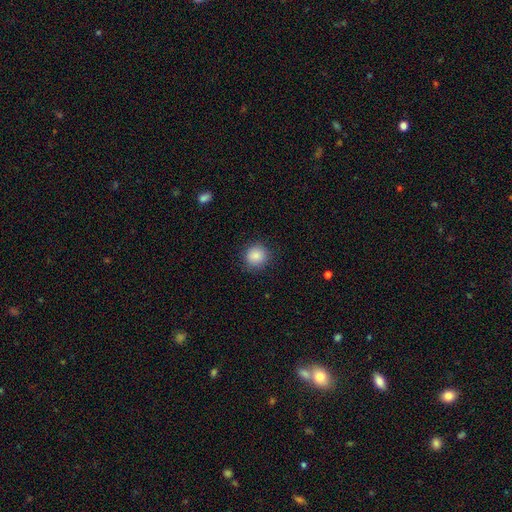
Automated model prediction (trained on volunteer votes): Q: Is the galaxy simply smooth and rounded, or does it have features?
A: smooth — 86%.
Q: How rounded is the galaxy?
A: round — 92%.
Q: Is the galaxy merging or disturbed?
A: none — 89%.